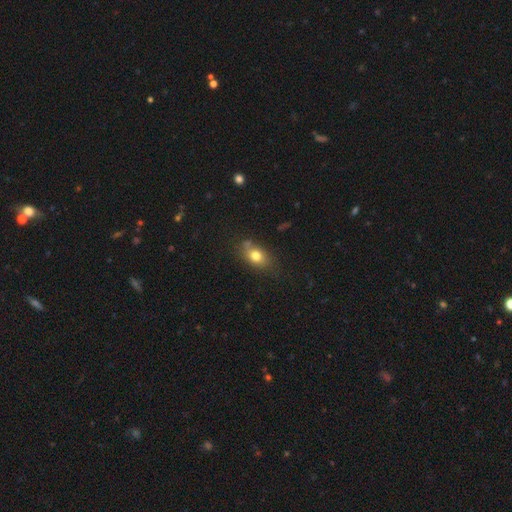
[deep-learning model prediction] smooth-or-featured: smooth: 77% | featured or disk: 13% | star or artifact: 10%
  how-rounded: in between: 73% | round: 24% | cigar-shaped: 3%
  merging: none: 68% | minor disturbance: 20% | merger: 8% | major disturbance: 5%